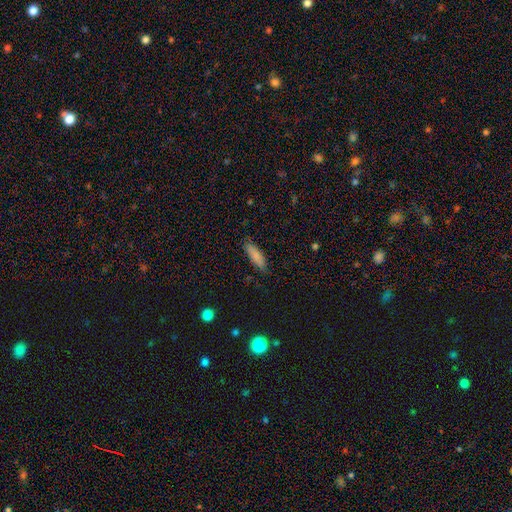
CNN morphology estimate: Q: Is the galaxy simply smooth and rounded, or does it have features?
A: smooth — 83%.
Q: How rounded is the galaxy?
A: cigar-shaped — 53%.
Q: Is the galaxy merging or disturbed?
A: none — 81%.